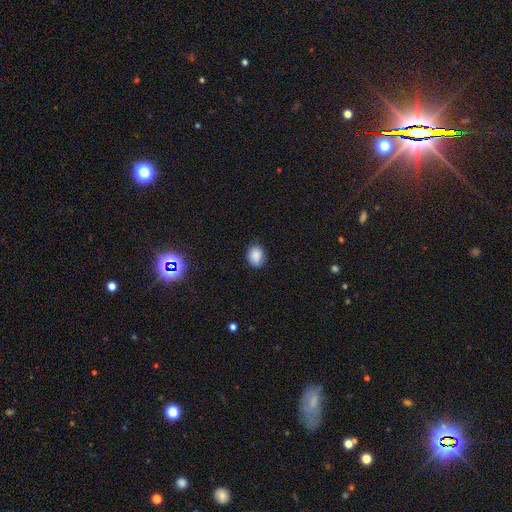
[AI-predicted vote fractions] smooth_or_featured: smooth (p=0.87) [alt: star or artifact p=0.09]
how_rounded: in between (p=0.63) [alt: round p=0.36]
merging: none (p=0.77) [alt: minor disturbance p=0.19]